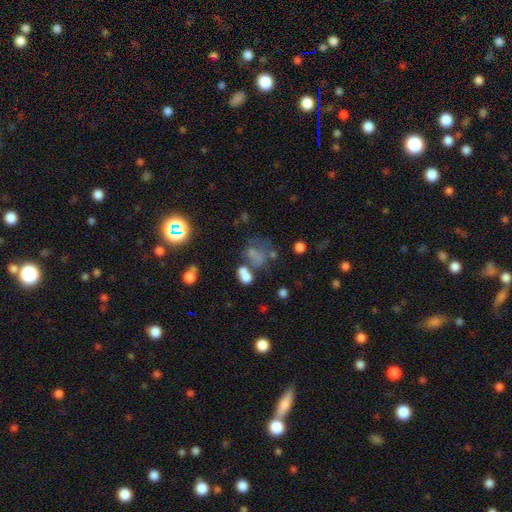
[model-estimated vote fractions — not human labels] Q: Smooth or featured?
A: smooth (56%); runner-up: featured or disk (22%)
Q: How rounded?
A: in between (54%); runner-up: round (44%)
Q: Merging?
A: merger (33%); runner-up: none (30%)